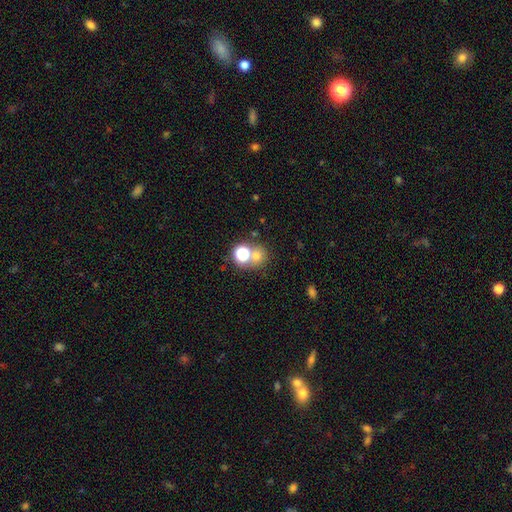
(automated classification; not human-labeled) This appears to be a smooth galaxy with no disk features (66%) that is round (83%). Merging: none (54%).